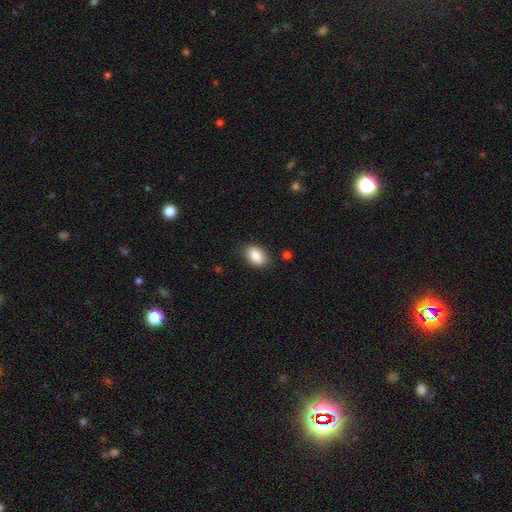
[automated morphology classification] Smooth or featured: smooth — 87% (star or artifact — 7%)
How rounded: in between — 88% (round — 10%)
Merging: none — 81% (minor disturbance — 14%)